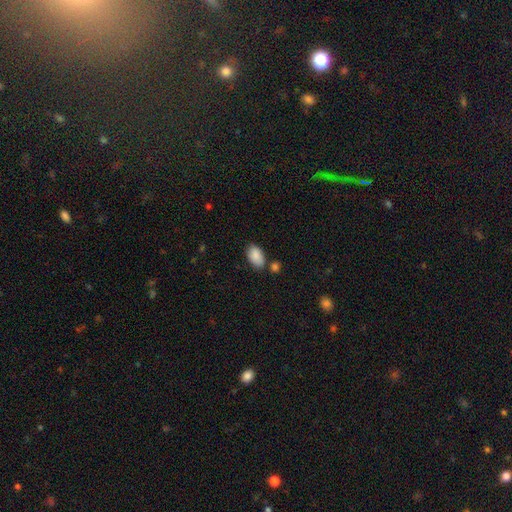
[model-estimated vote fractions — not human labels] smooth_or_featured: smooth (p=0.89) [alt: star or artifact p=0.07]
how_rounded: in between (p=0.94) [alt: round p=0.05]
merging: none (p=0.71) [alt: minor disturbance p=0.16]